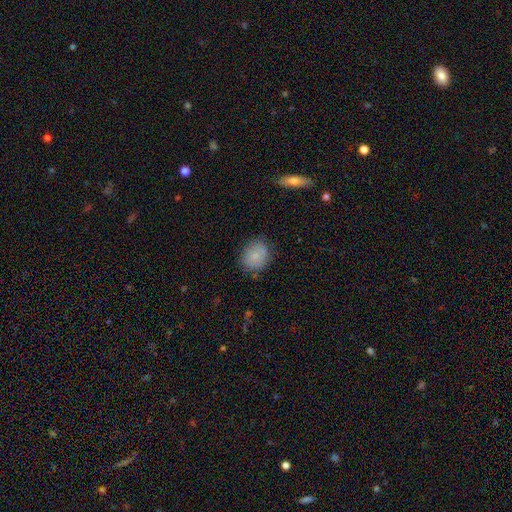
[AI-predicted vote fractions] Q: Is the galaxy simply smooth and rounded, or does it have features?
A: smooth — 80%.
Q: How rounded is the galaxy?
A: round — 59%.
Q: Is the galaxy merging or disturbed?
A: none — 79%.